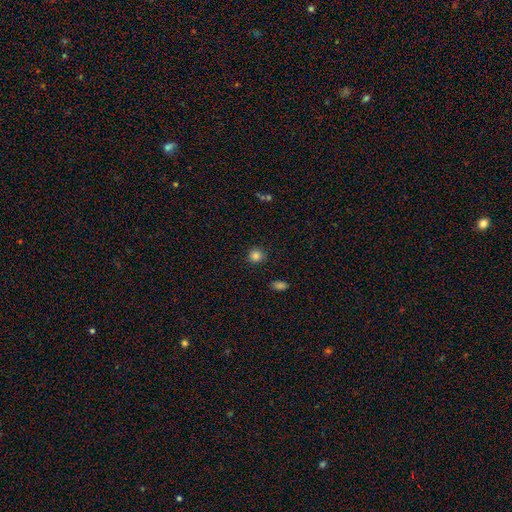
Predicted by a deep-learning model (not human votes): Smooth or featured? smooth (84%)
How rounded? round (93%)
Merging? none (90%)